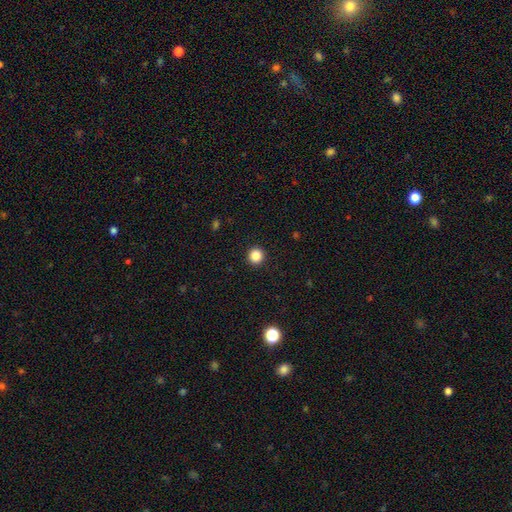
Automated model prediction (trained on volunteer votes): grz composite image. It shows a smooth galaxy with no disk features (86%) that is round (94%). Merging: none (93%).